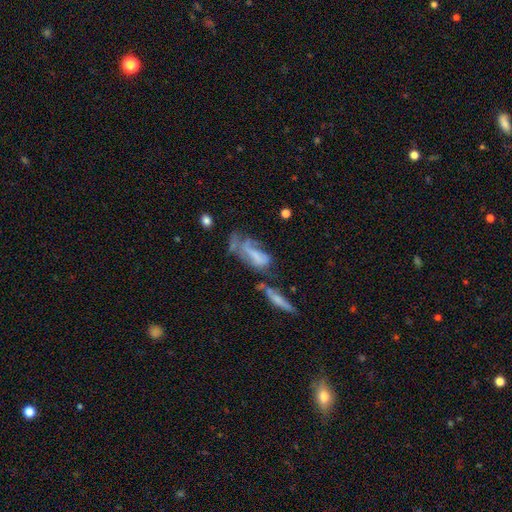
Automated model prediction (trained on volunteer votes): A featured or disk galaxy (45%).

Vote fractions:
- Smooth or featured? featured or disk: 45% / smooth: 43% / star or artifact: 12%
- Merging? major disturbance: 33% / merger: 28% / none: 21% / minor disturbance: 18%